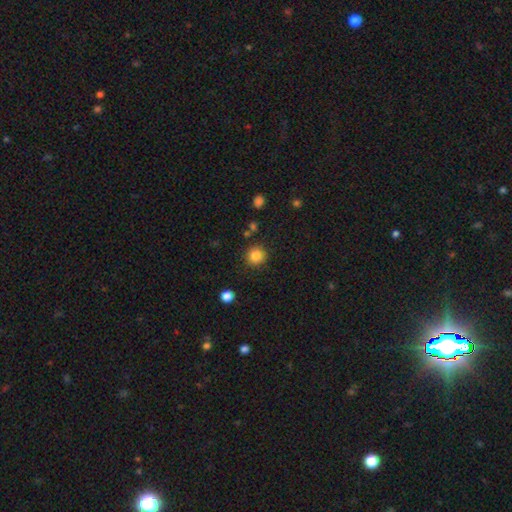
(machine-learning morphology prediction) This is clearly a smooth galaxy (84%). How rounded: clearly round (93%). Merging: clearly none (87%).